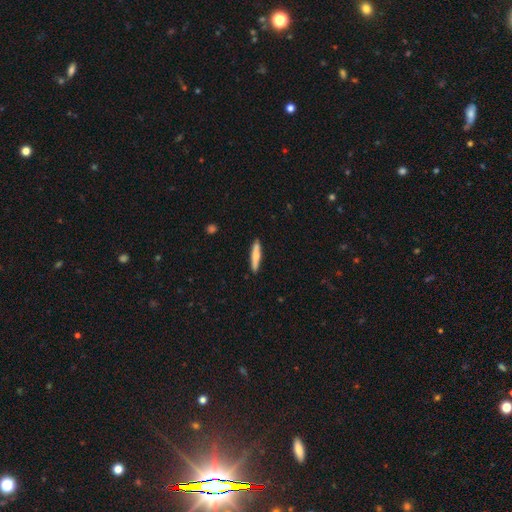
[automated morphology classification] The model was most divided on "smooth or featured": smooth: 68%, featured or disk: 27%, star or artifact: 5%. More confident: how rounded — cigar-shaped (90%); merging — none (89%).